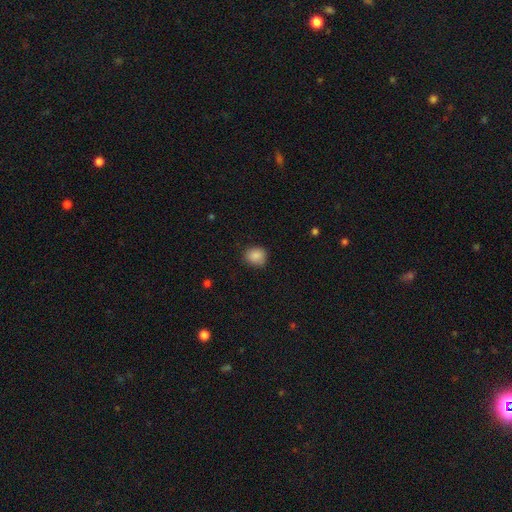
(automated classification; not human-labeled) The model was most divided on "how rounded": round: 71%, in between: 28%, cigar-shaped: 1%. More confident: smooth or featured — smooth (87%); merging — none (79%).